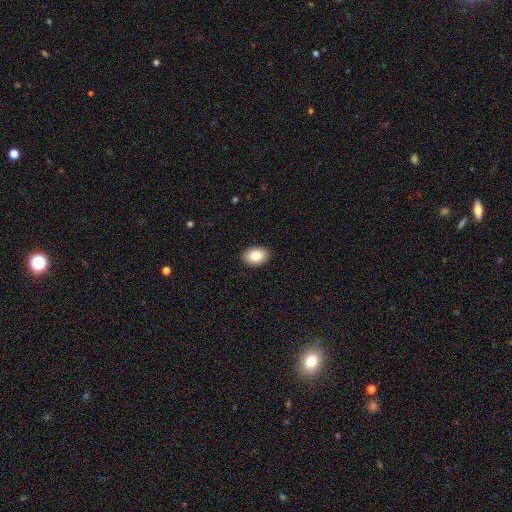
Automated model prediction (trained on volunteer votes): The model was most divided on "how rounded": in between: 80%, round: 19%, cigar-shaped: 1%. More confident: merging — none (90%); smooth or featured — smooth (83%).